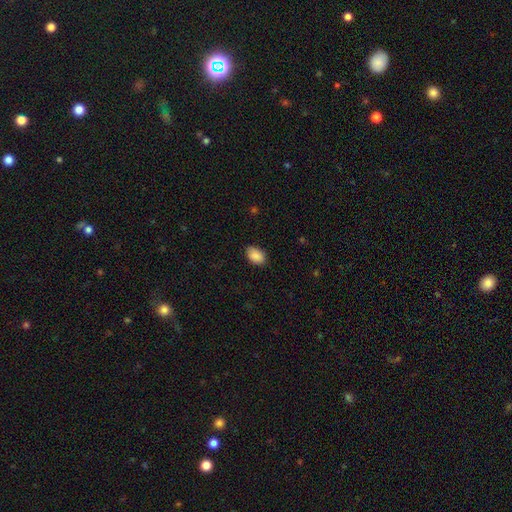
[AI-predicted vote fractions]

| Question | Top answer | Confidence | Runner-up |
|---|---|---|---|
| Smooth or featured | smooth | 90% | star or artifact (7%) |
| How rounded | in between | 89% | round (9%) |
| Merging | none | 86% | minor disturbance (10%) |